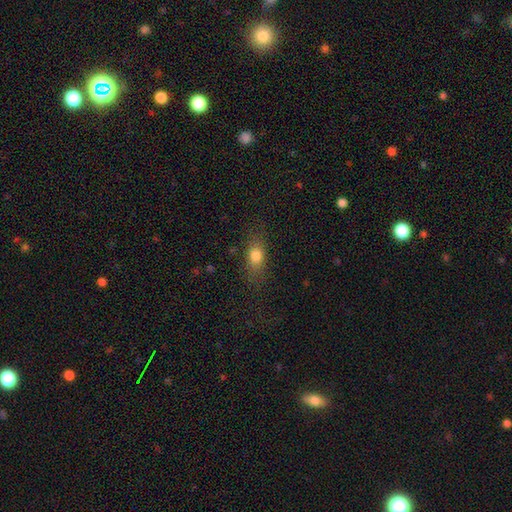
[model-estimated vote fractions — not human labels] smooth 77%, featured or disk 12%, star or artifact 11%. Down the decision tree: how rounded — in between (69%); merging — none (76%).